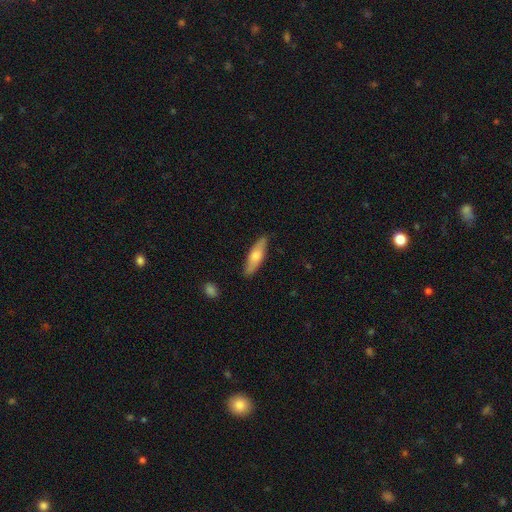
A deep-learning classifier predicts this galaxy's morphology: Smooth or featured?
  - smooth: 67% *
  - featured or disk: 28%
  - star or artifact: 5%
How rounded?
  - cigar-shaped: 58% *
  - in between: 40%
  - round: 2%
Merging?
  - none: 86% *
  - minor disturbance: 11%
  - major disturbance: 2%
  - merger: 1%